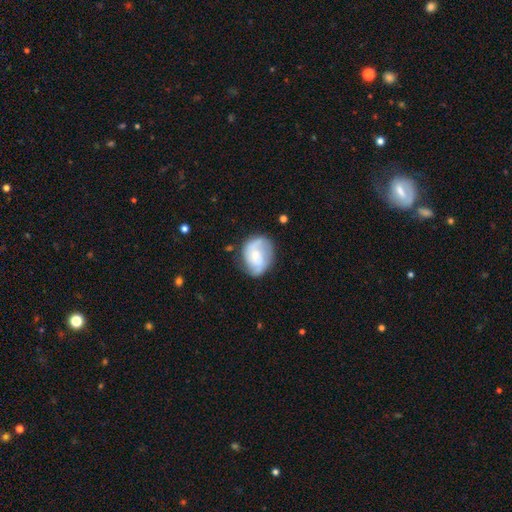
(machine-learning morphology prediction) Smooth or featured? Predicted: featured or disk (p=0.58). Edge-on disk? Predicted: no (p=0.97). Bar? Predicted: no (p=0.58). Spiral arms? Predicted: yes (p=0.81). Bulge size? Predicted: small (p=0.48). Merging? Predicted: none (p=0.62).